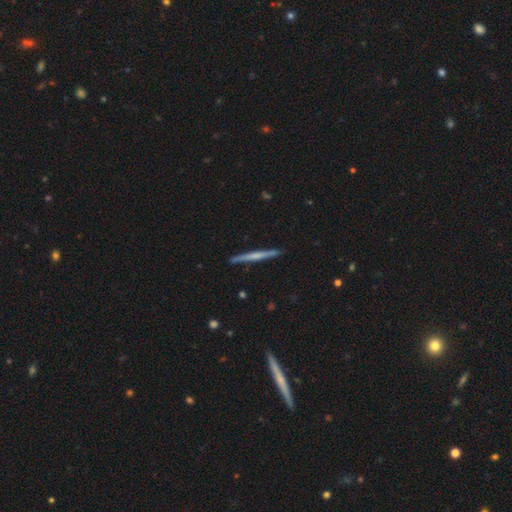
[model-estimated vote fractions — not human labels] Smooth or featured? featured or disk (54%)
Edge-on disk? yes (98%)
Edge-on bulge? none (63%)
Merging? none (91%)